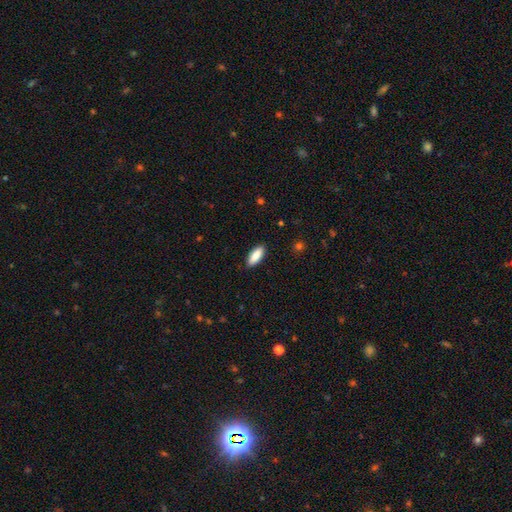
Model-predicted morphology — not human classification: Overall: smooth (88%). How rounded: in between (72%). Merging: none (90%).